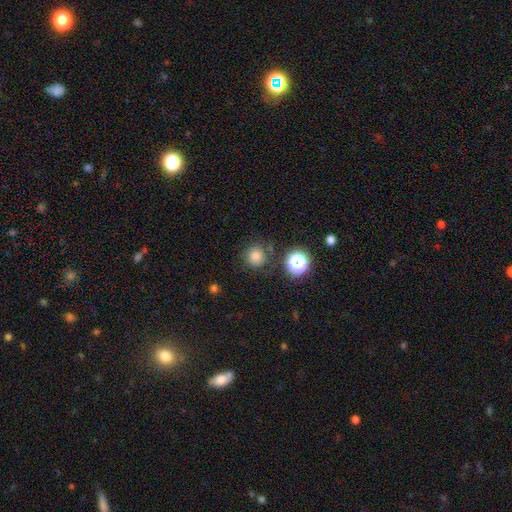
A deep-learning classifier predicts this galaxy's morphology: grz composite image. It shows a smooth galaxy with no disk features (77%) that is round (92%). Merging: none (80%).